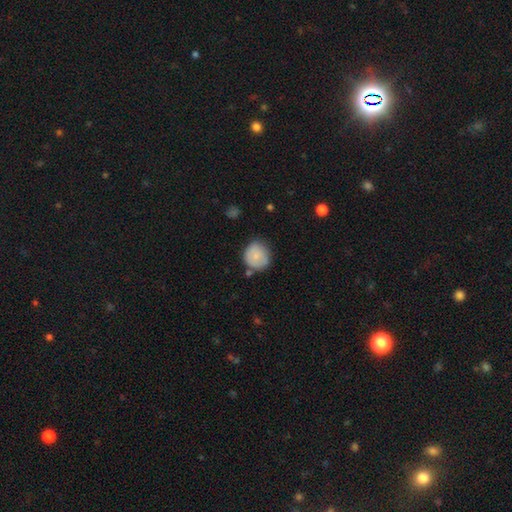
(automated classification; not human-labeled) Q: Smooth or featured?
A: smooth (77%); runner-up: featured or disk (16%)
Q: How rounded?
A: round (86%); runner-up: in between (13%)
Q: Merging?
A: none (66%); runner-up: minor disturbance (23%)